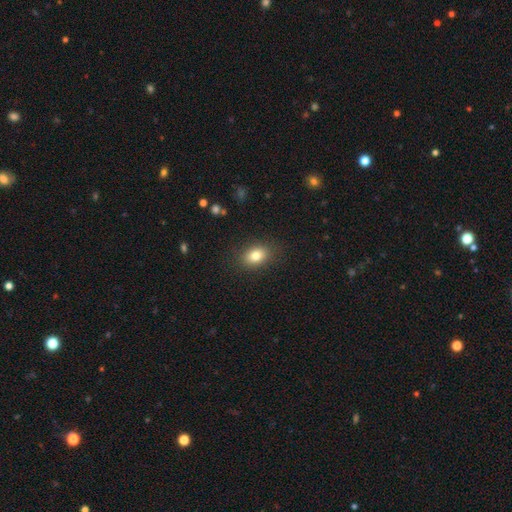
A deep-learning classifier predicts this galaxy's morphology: type=smooth (82%); roundness=in between (77%); merging=none (86%).